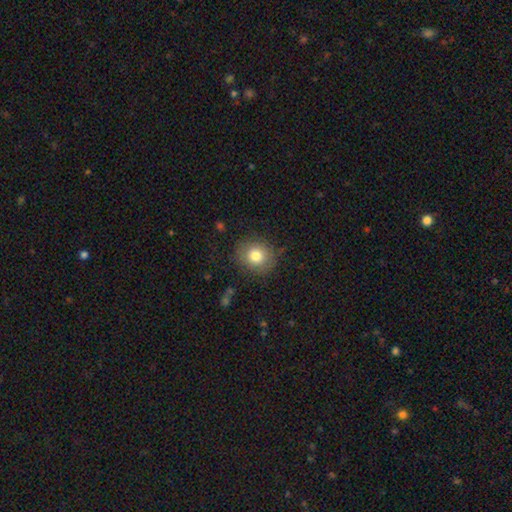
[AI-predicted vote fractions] Smooth or featured: smooth — 77% (featured or disk — 12%)
How rounded: round — 84% (in between — 15%)
Merging: none — 81% (minor disturbance — 13%)